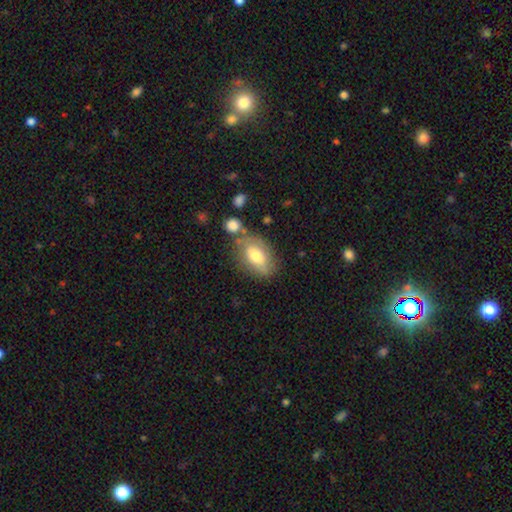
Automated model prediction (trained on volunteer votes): The model was most divided on "smooth or featured": smooth: 65%, featured or disk: 28%, star or artifact: 7%. More confident: how rounded — in between (86%); merging — none (63%).